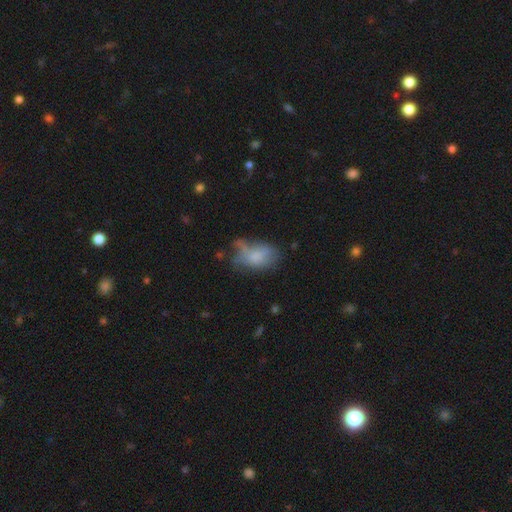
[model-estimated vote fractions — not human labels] Overall: smooth (66%). How rounded: in between (88%). Merging: none (36%; minor disturbance 31%).